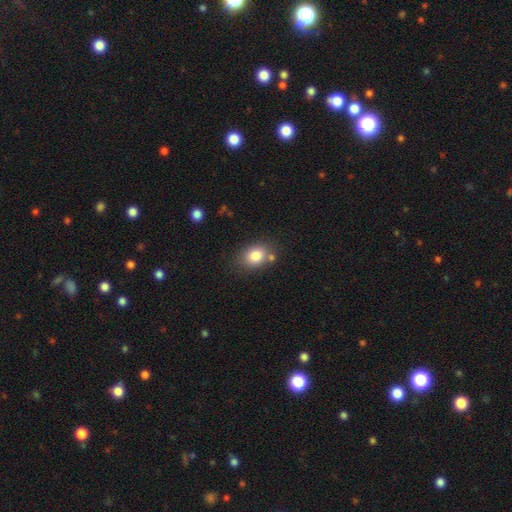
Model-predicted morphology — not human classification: This is clearly a smooth galaxy (82%). How rounded: likely in between (61%). Merging: likely none (69%).